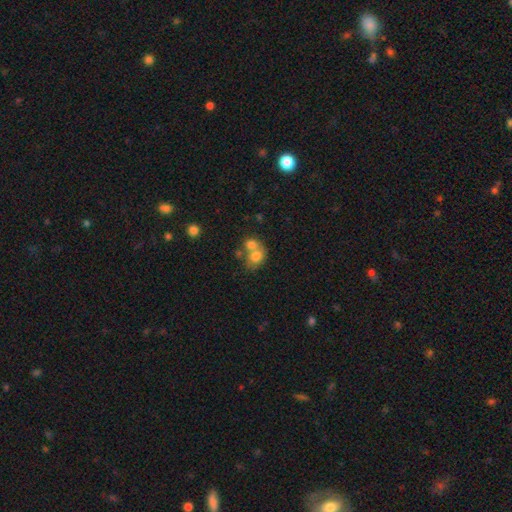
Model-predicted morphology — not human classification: smooth-or-featured: smooth: 73% | featured or disk: 17% | star or artifact: 10%
  how-rounded: round: 55% | in between: 44% | cigar-shaped: 1%
  merging: merger: 60% | none: 27% | minor disturbance: 8% | major disturbance: 4%